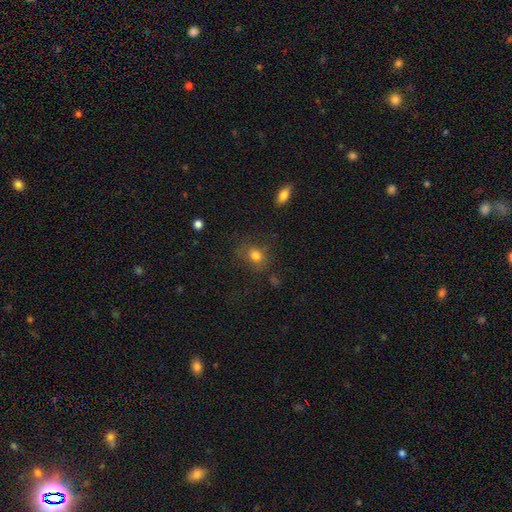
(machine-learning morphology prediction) A smooth galaxy with no disk features (78%) that is round (58%).

Vote fractions:
- Smooth or featured? smooth: 78% / star or artifact: 13% / featured or disk: 9%
- How rounded? round: 58% / in between: 40% / cigar-shaped: 1%
- Merging? none: 71% / minor disturbance: 18% / major disturbance: 8% / merger: 3%